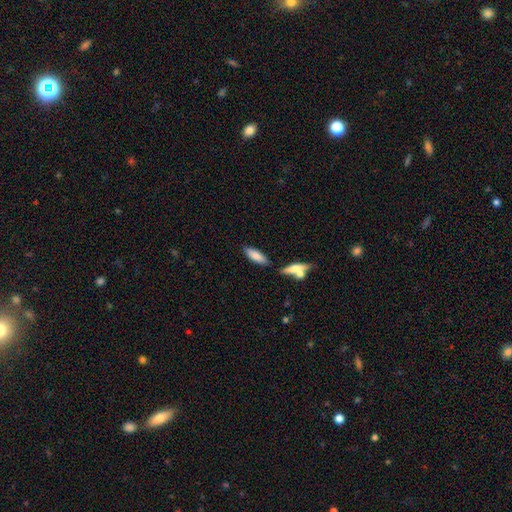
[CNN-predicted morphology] Smooth or featured? Predicted: smooth (p=0.80). How rounded? Predicted: in between (p=0.56). Merging? Predicted: none (p=0.74).